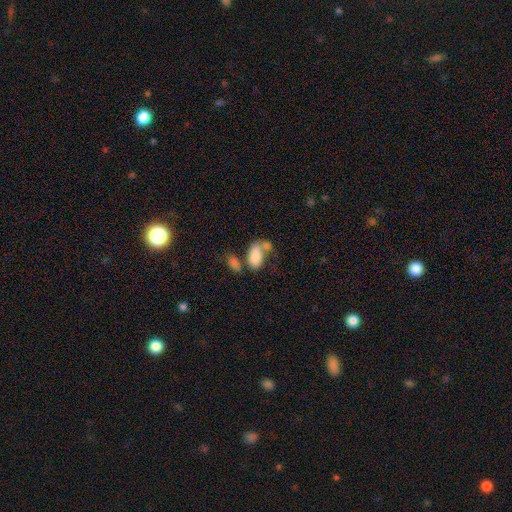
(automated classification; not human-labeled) Smooth or featured: smooth — 82% (featured or disk — 10%)
How rounded: in between — 93% (round — 4%)
Merging: merger — 47% (none — 30%)